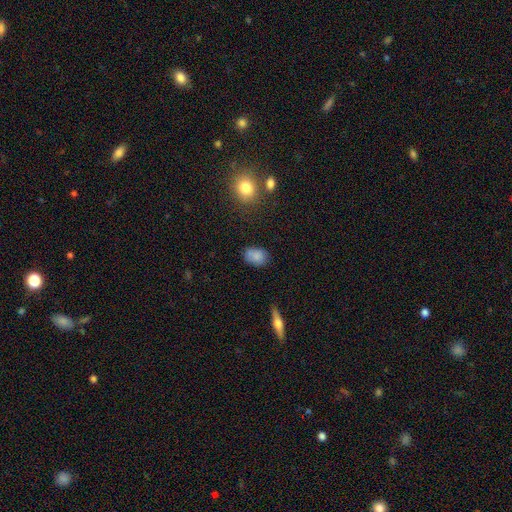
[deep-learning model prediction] Smooth or featured: smooth — 83% (star or artifact — 10%)
How rounded: in between — 75% (round — 24%)
Merging: none — 71% (minor disturbance — 21%)